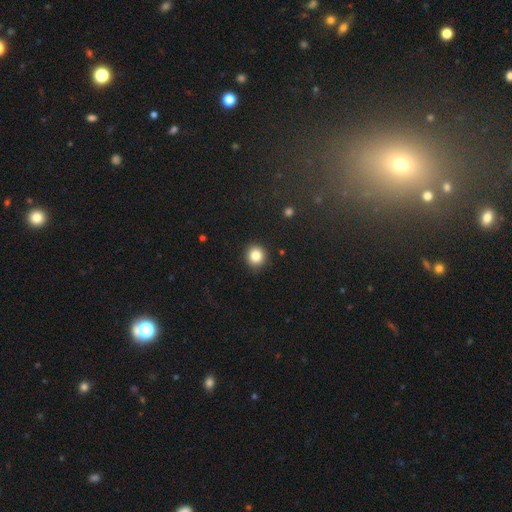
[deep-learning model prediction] Q: Smooth or featured?
A: smooth (84%); runner-up: star or artifact (10%)
Q: How rounded?
A: round (89%); runner-up: in between (10%)
Q: Merging?
A: none (91%); runner-up: minor disturbance (6%)